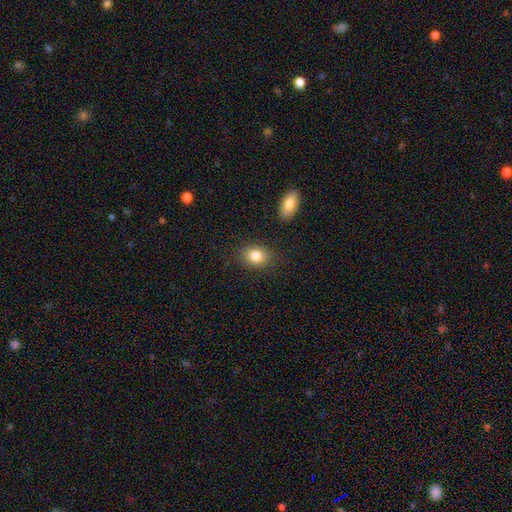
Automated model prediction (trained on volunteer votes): smooth-or-featured: smooth: 83% | star or artifact: 9% | featured or disk: 8%
  how-rounded: in between: 56% | round: 43% | cigar-shaped: 1%
  merging: none: 84% | minor disturbance: 10% | merger: 3% | major disturbance: 3%